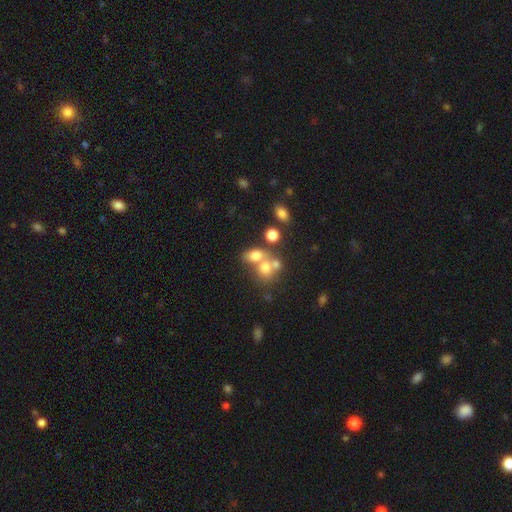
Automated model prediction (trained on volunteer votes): Morphology: type=smooth (68%); roundness=in between (55%); merging=merger (50%).